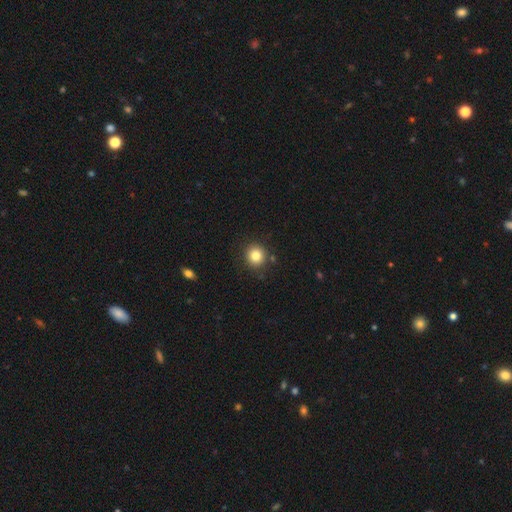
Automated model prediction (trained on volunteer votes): Overall: smooth (83%). How rounded: round (90%). Merging: none (87%).